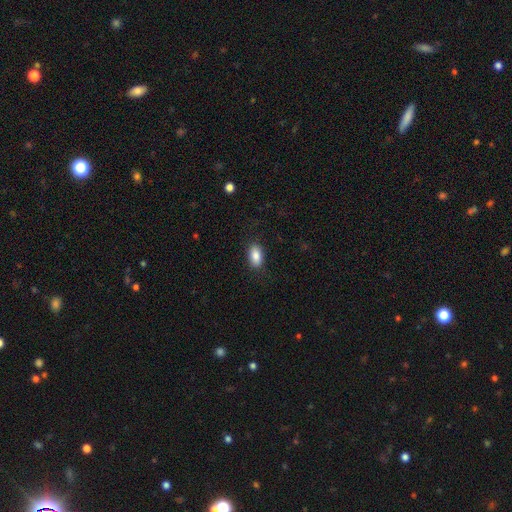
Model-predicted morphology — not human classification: A smooth galaxy with no disk features (87%) that is in between round and cigar-shaped (92%). Merging: none (86%).